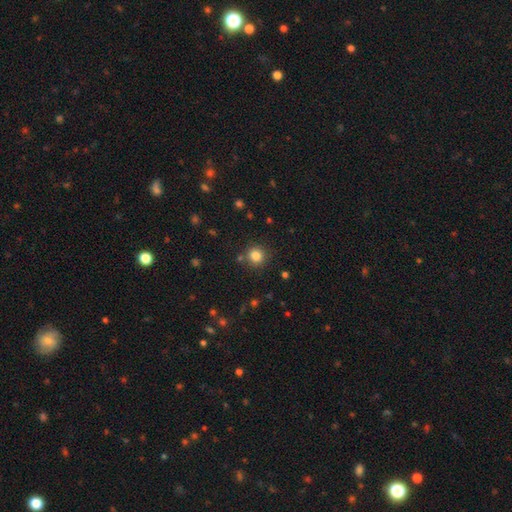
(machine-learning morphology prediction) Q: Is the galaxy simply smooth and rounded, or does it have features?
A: smooth — 82%.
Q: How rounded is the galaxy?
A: round — 93%.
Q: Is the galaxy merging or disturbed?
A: none — 86%.